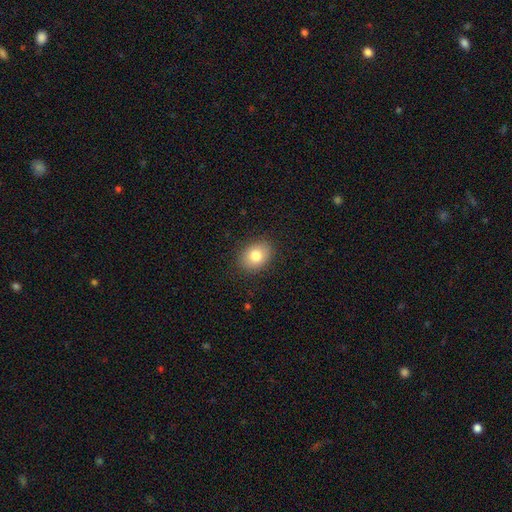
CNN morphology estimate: Smooth or featured? smooth (80%)
How rounded? in between (60%)
Merging? none (88%)